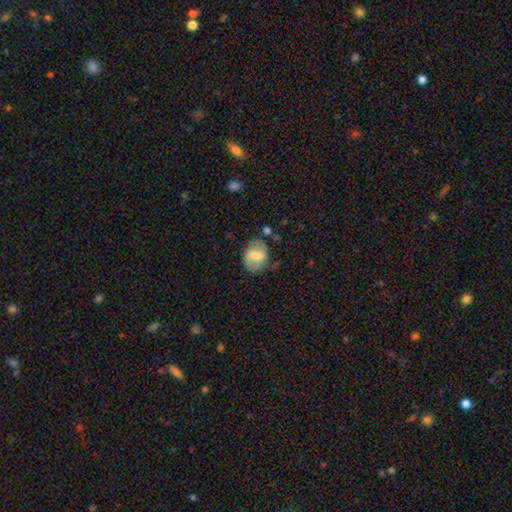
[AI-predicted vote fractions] The model was most divided on "bar": strong: 43%, weak: 42%, no: 14%. Remaining: edge-on disk — no (96%); spiral arms — yes (75%); merging — none (65%); smooth or featured — featured or disk (55%); bulge size — moderate (42%).